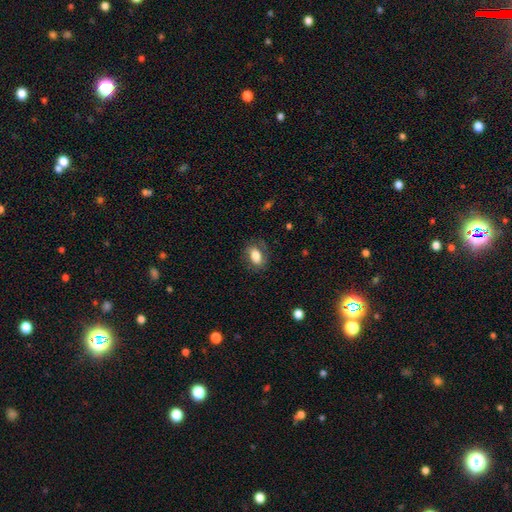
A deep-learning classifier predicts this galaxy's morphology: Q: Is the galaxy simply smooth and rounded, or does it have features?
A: smooth — 74%.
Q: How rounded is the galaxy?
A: in between — 85%.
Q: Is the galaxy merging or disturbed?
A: none — 72%.